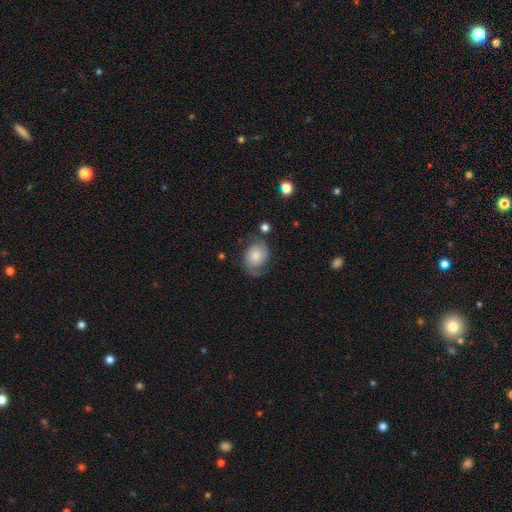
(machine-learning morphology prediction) A featured or disk galaxy (46%).

Vote fractions:
- Smooth or featured? featured or disk: 46% / smooth: 45% / star or artifact: 9%
- Merging? none: 59% / minor disturbance: 25% / major disturbance: 12% / merger: 3%